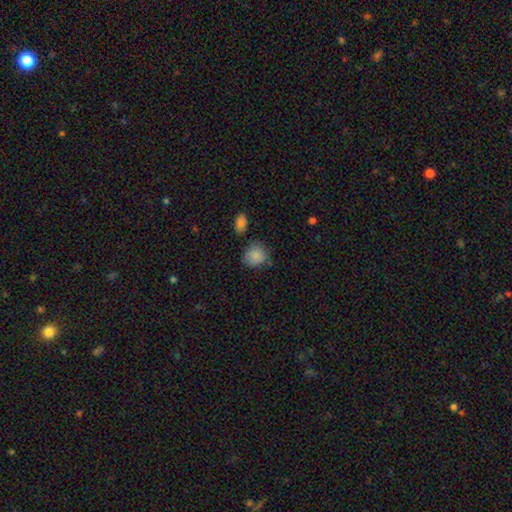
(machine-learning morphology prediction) Smooth or featured? smooth (85%)
How rounded? round (70%)
Merging? none (63%)